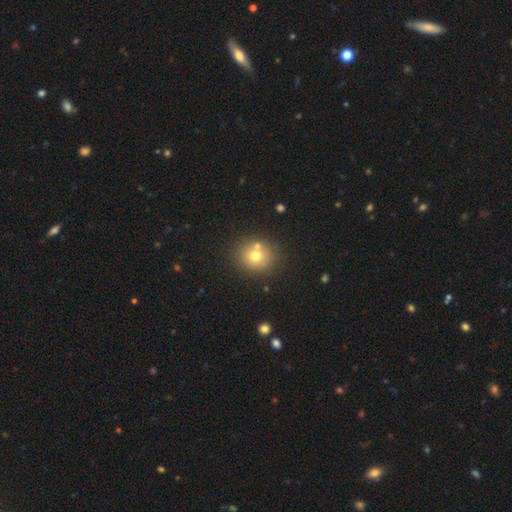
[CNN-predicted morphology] Overall: smooth (70%). How rounded: round (84%). Merging: none (69%).